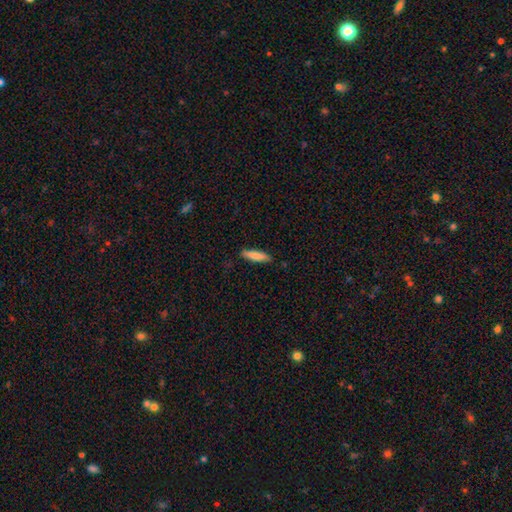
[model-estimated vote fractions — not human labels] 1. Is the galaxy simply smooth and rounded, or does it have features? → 80% smooth, 14% featured or disk, 6% star or artifact.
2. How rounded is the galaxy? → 77% cigar-shaped, 21% in between, 1% round.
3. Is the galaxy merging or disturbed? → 86% none, 10% minor disturbance, 2% major disturbance, 1% merger.